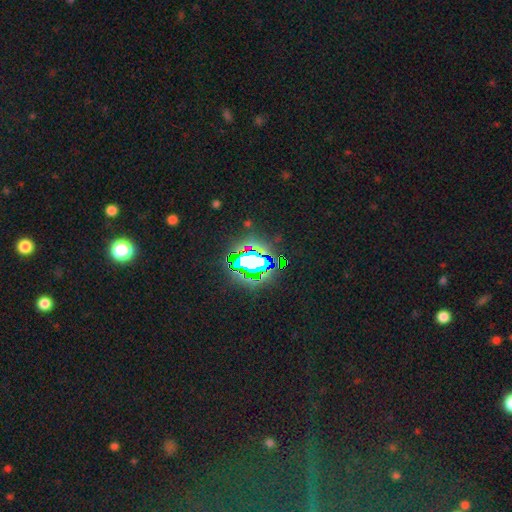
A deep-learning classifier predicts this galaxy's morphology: star or artifact 83%, smooth 10%, featured or disk 7%.